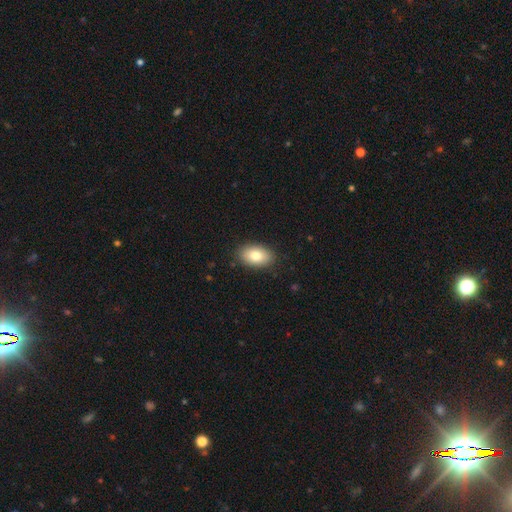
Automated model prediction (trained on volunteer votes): Smooth or featured: smooth — 80% (featured or disk — 12%)
How rounded: in between — 90% (round — 9%)
Merging: none — 88% (minor disturbance — 9%)